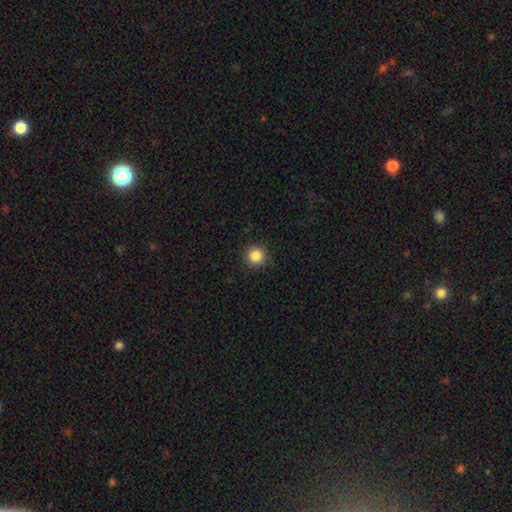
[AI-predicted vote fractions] Q: Smooth or featured?
A: smooth (86%); runner-up: star or artifact (10%)
Q: How rounded?
A: round (95%); runner-up: in between (4%)
Q: Merging?
A: none (91%); runner-up: minor disturbance (6%)